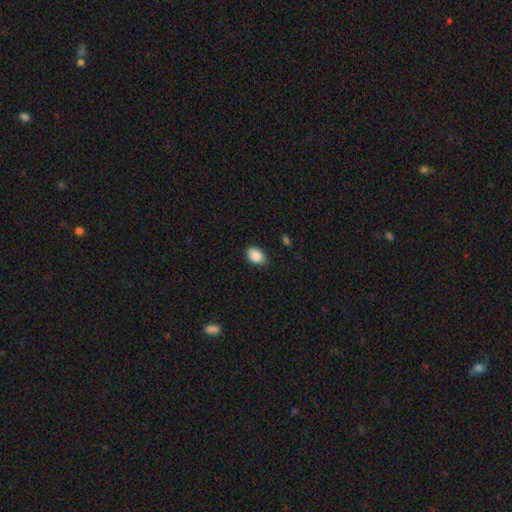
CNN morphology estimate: Smooth or featured? smooth (89%)
How rounded? in between (82%)
Merging? none (82%)